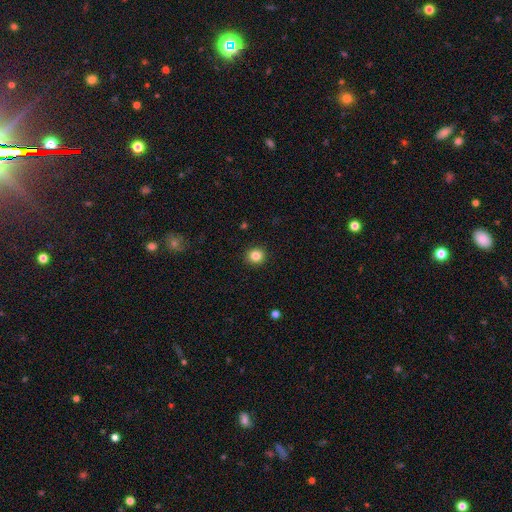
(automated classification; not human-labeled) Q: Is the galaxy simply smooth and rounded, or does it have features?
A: smooth — 85%.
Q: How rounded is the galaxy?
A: round — 91%.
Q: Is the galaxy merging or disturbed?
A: none — 93%.